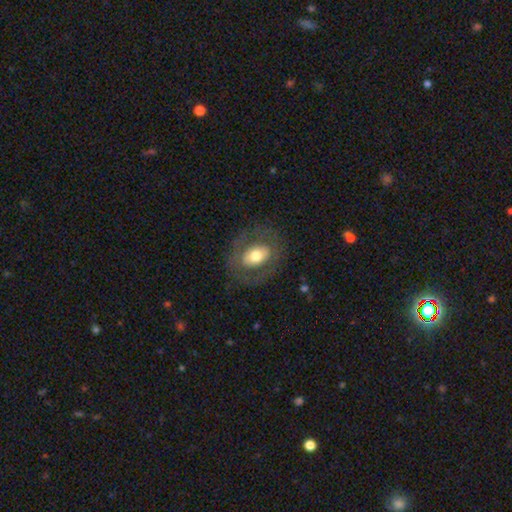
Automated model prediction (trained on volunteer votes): Smooth or featured? Predicted: smooth (p=0.52). How rounded? Predicted: in between (p=0.69). Merging? Predicted: none (p=0.75).